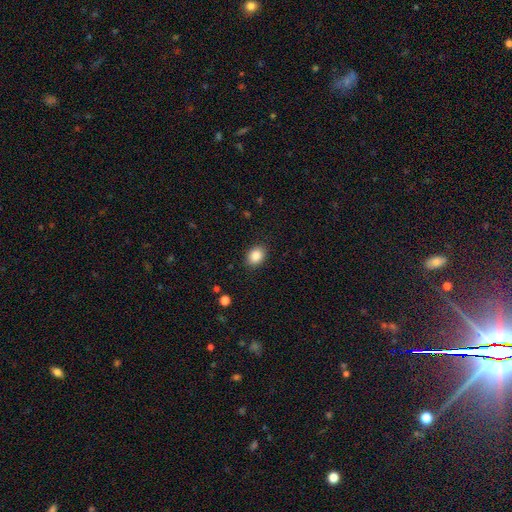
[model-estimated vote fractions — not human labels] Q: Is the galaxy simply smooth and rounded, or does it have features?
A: smooth — 87%.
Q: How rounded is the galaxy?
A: in between — 62%.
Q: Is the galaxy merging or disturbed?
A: none — 88%.